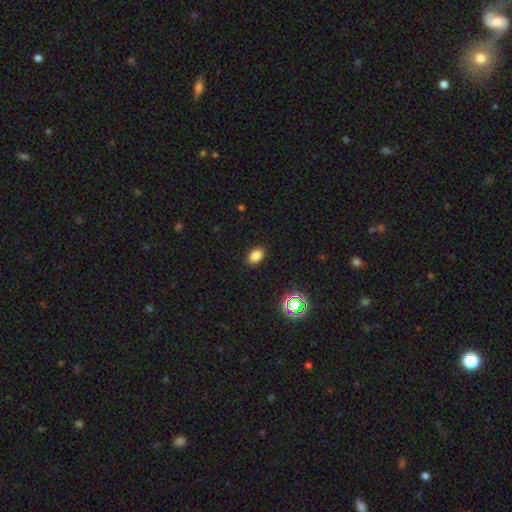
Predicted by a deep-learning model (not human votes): This appears to be a smooth galaxy with no disk features (81%) that is in between round and cigar-shaped (87%). Merging: none (89%).